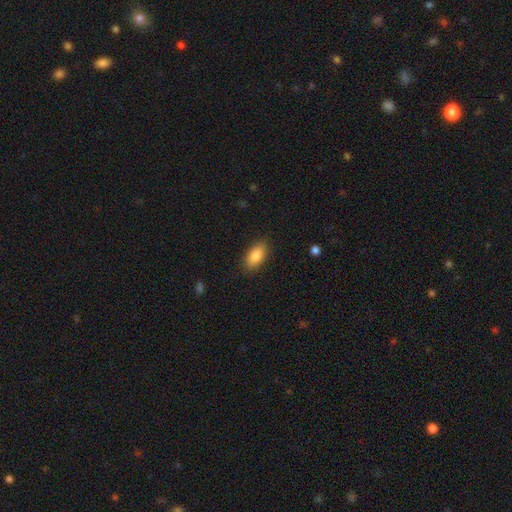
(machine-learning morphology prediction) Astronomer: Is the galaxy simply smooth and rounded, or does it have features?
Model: smooth — 85%.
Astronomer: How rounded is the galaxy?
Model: in between — 91%.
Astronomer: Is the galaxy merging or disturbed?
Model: none — 87%.